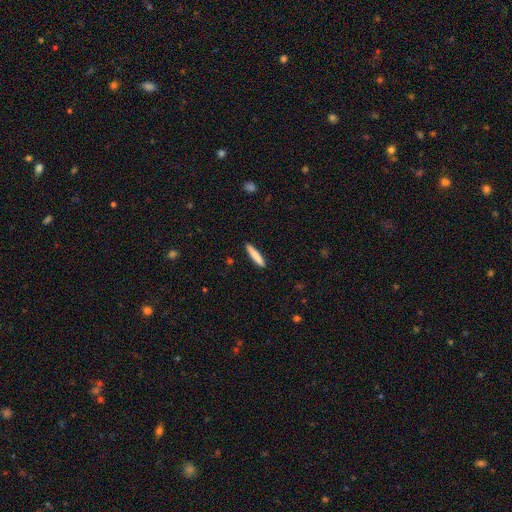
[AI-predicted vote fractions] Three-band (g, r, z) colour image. It shows a smooth galaxy with no disk features (81%) that is cigar-shaped (92%). Merging: none (90%).